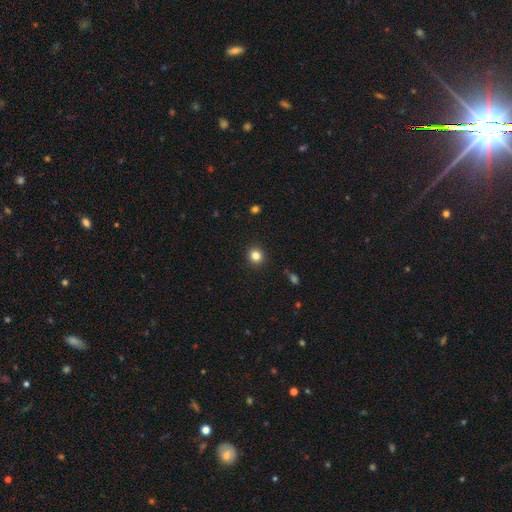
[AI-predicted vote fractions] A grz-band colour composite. It shows a smooth galaxy with no disk features (83%) that is round (91%). Merging: none (92%).